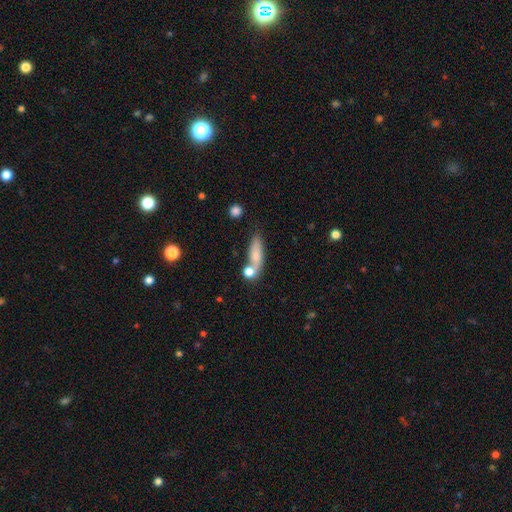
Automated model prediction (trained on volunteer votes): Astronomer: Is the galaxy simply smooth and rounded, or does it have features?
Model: smooth — 72%.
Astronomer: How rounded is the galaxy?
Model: cigar-shaped — 51% (runner-up: in between, 43%).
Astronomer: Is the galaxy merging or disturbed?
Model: none — 51% (runner-up: merger, 26%).